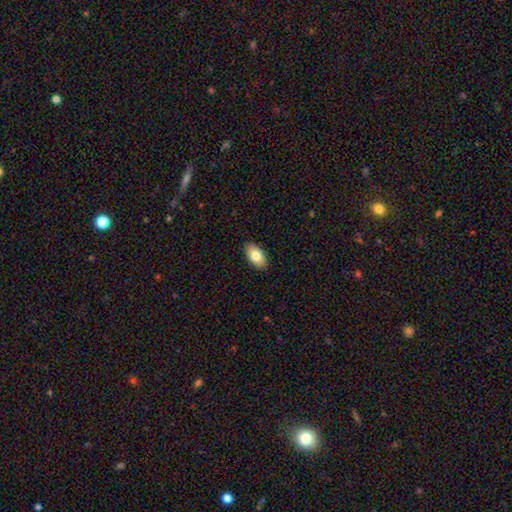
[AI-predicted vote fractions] Smooth or featured?
  - smooth: 81% *
  - featured or disk: 13%
  - star or artifact: 7%
How rounded?
  - in between: 94% *
  - round: 4%
  - cigar-shaped: 2%
Merging?
  - none: 90% *
  - minor disturbance: 8%
  - major disturbance: 2%
  - merger: 1%